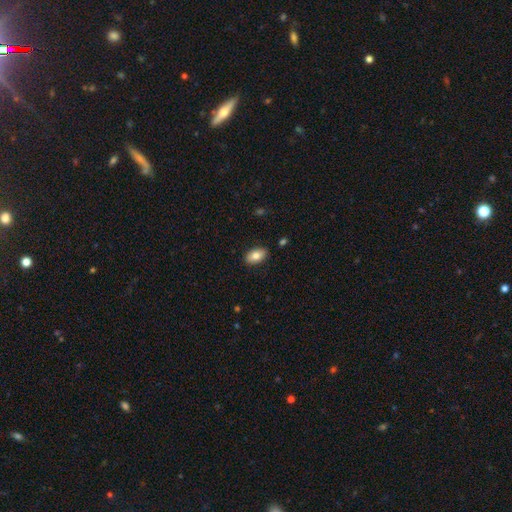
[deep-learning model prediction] A smooth galaxy with no disk features (80%) that is in between round and cigar-shaped (92%).

Vote fractions:
- Smooth or featured? smooth: 80% / featured or disk: 13% / star or artifact: 7%
- How rounded? in between: 92% / round: 5% / cigar-shaped: 2%
- Merging? none: 87% / minor disturbance: 10% / major disturbance: 2% / merger: 1%